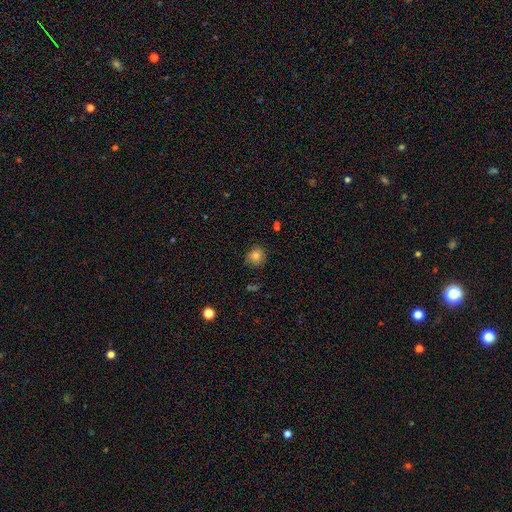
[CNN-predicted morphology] type=smooth (79%); roundness=round (86%); merging=none (79%).